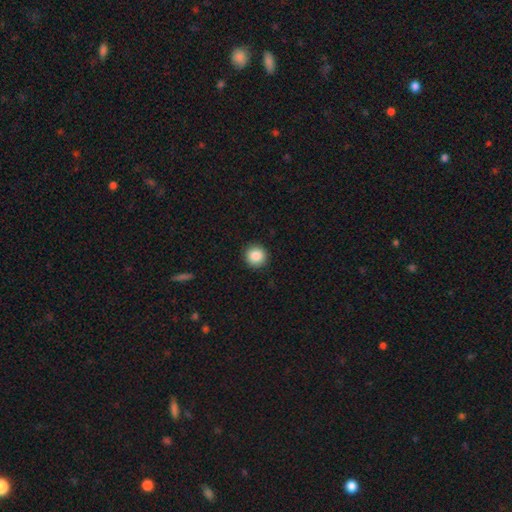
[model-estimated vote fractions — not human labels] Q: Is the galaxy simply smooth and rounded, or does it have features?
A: smooth — 87%.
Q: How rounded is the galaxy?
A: round — 94%.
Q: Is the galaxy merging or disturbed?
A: none — 92%.